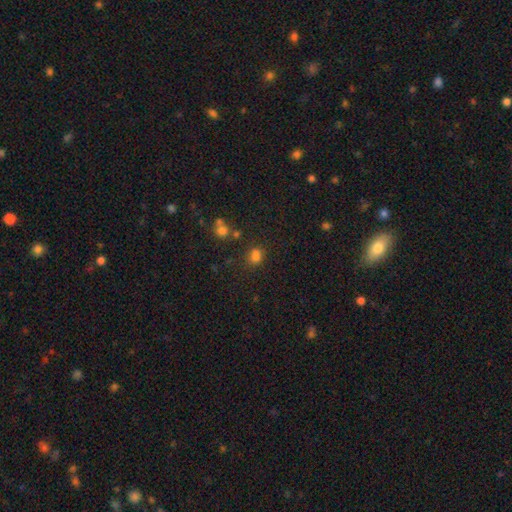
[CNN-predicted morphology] Overall: smooth (72%). How rounded: in between (55%; round 43%). Merging: none (62%).